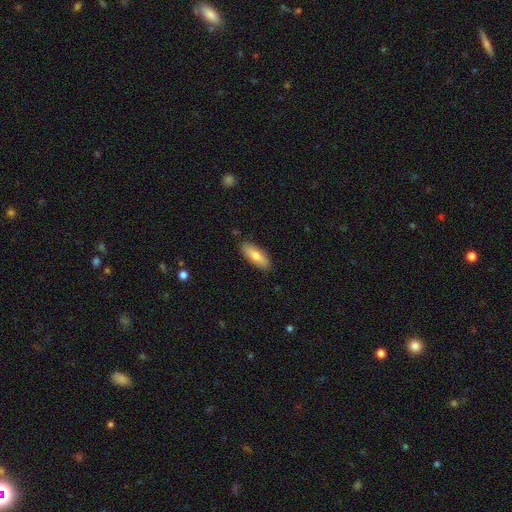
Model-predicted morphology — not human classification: A smooth galaxy with no disk features (73%) that is in between round and cigar-shaped (61%).

Vote fractions:
- Smooth or featured? smooth: 73% / featured or disk: 21% / star or artifact: 6%
- How rounded? in between: 61% / cigar-shaped: 37% / round: 2%
- Merging? none: 86% / minor disturbance: 10% / major disturbance: 2% / merger: 1%